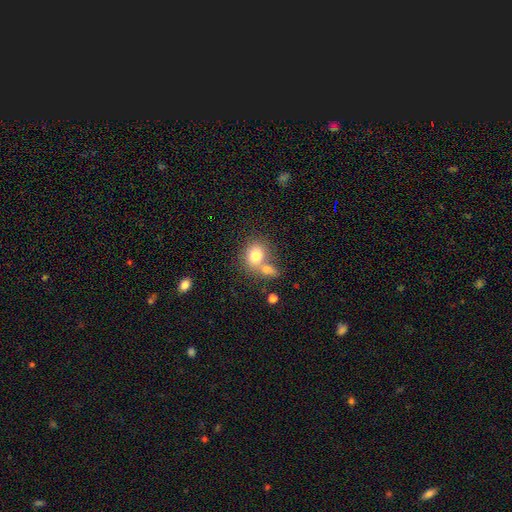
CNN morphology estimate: This appears to be a smooth galaxy with no disk features (77%) that is round (58%). Merging: merger (43%).